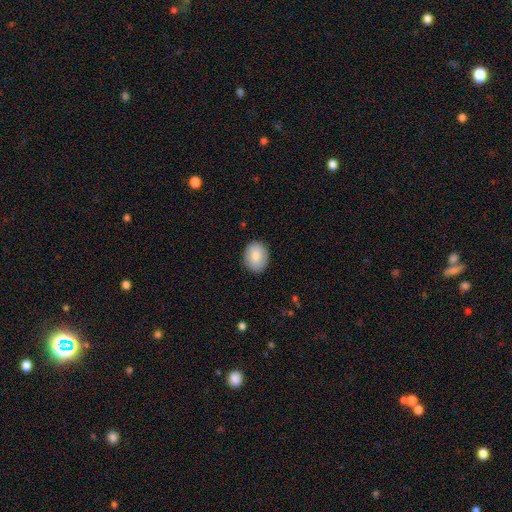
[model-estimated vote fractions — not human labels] This appears to be a smooth galaxy with no disk features (83%) that is in between round and cigar-shaped (52%). Merging: none (87%).